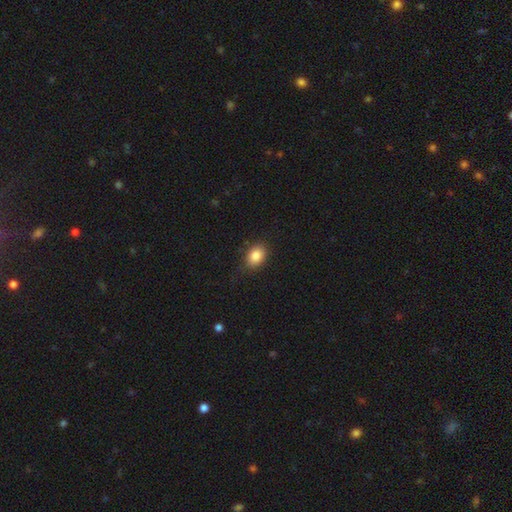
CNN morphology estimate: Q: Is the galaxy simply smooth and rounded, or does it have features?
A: smooth — 85%.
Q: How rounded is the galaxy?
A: in between — 71%.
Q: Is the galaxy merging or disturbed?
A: none — 82%.